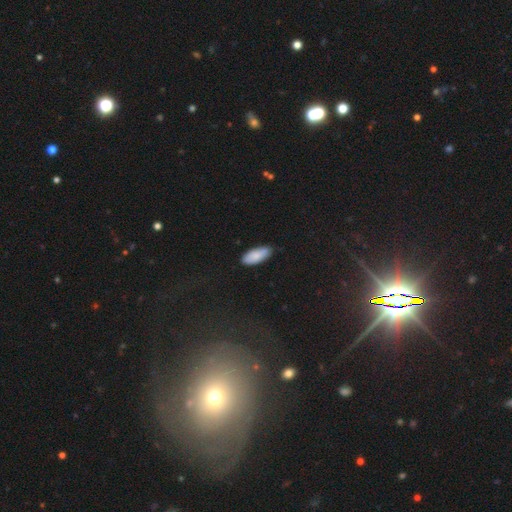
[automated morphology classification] type=smooth (85%); roundness=in between (83%); merging=none (82%).